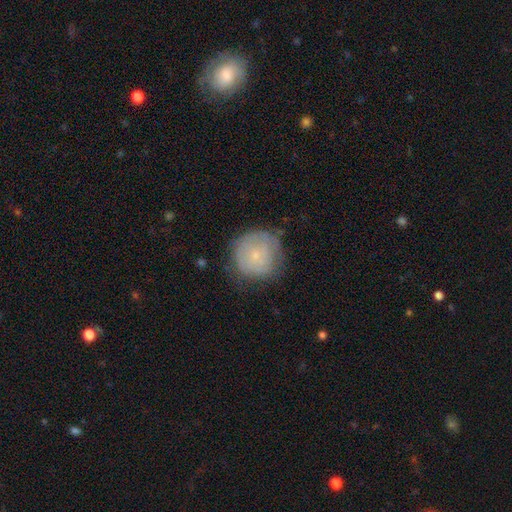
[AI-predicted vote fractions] Morphology: type=smooth (58%); roundness=round (92%); merging=none (66%).